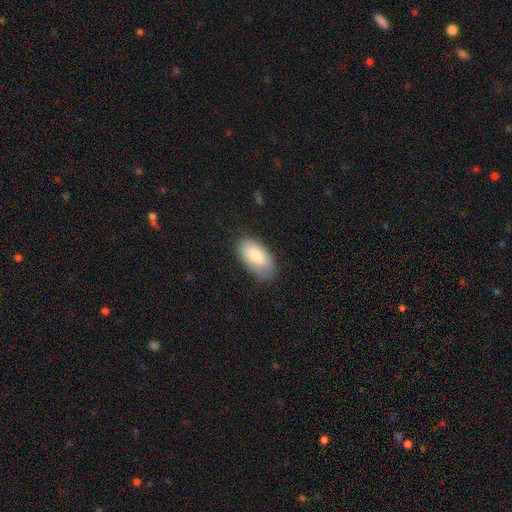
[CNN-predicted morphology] Smooth or featured?
  - smooth: 75% *
  - featured or disk: 19%
  - star or artifact: 6%
How rounded?
  - in between: 94% *
  - cigar-shaped: 3%
  - round: 2%
Merging?
  - none: 76% *
  - minor disturbance: 19%
  - major disturbance: 4%
  - merger: 1%